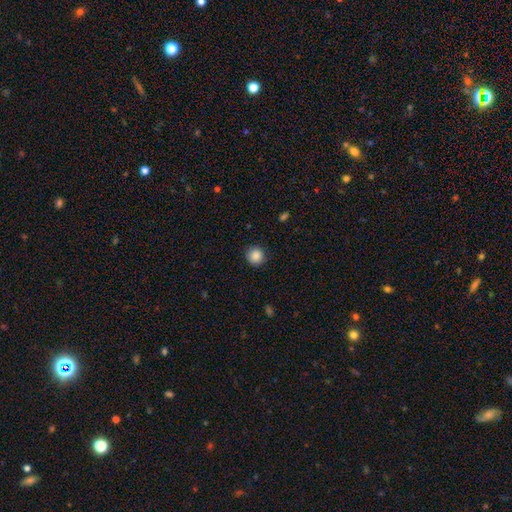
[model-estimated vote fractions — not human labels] Smooth or featured? smooth (88%)
How rounded? round (92%)
Merging? none (88%)